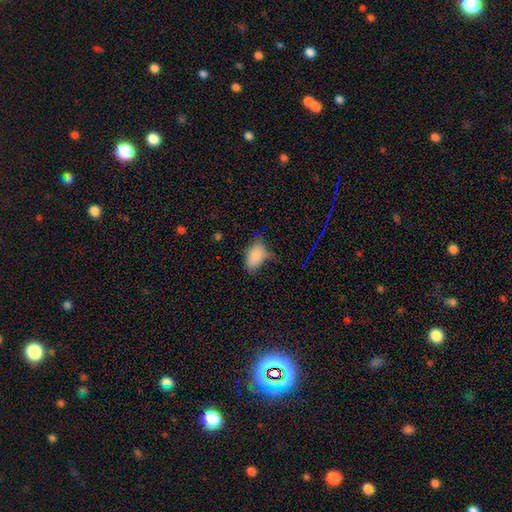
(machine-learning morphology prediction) smooth 84%, star or artifact 10%, featured or disk 6%. Down the decision tree: how rounded — in between (90%); merging — none (47%).